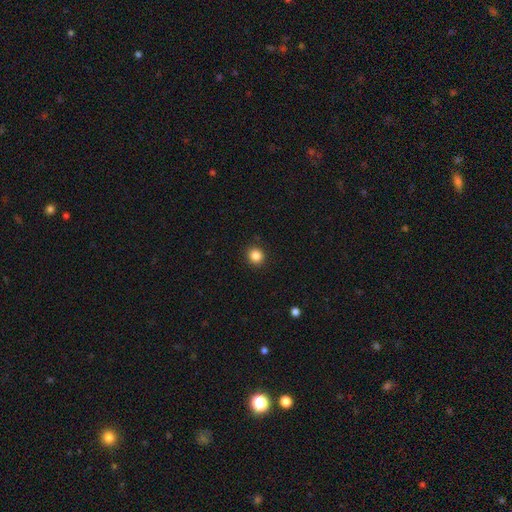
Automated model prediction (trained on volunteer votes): Q: Smooth or featured?
A: smooth (85%); runner-up: star or artifact (11%)
Q: How rounded?
A: round (90%); runner-up: in between (9%)
Q: Merging?
A: none (92%); runner-up: minor disturbance (5%)